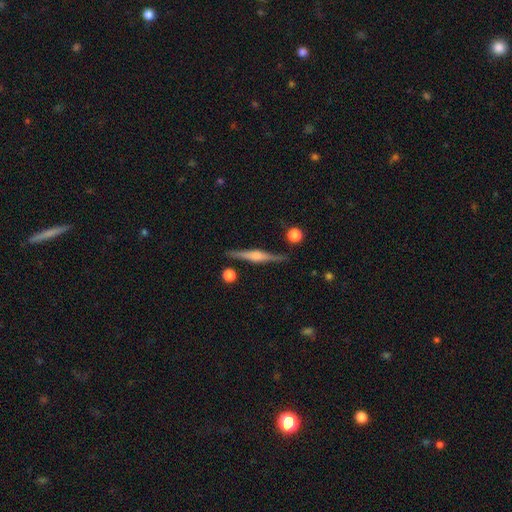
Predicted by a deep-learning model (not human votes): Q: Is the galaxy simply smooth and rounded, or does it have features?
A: featured or disk — 75%.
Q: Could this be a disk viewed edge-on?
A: yes — 98%.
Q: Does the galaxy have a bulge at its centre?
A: rounded — 69%.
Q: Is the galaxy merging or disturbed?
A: none — 87%.